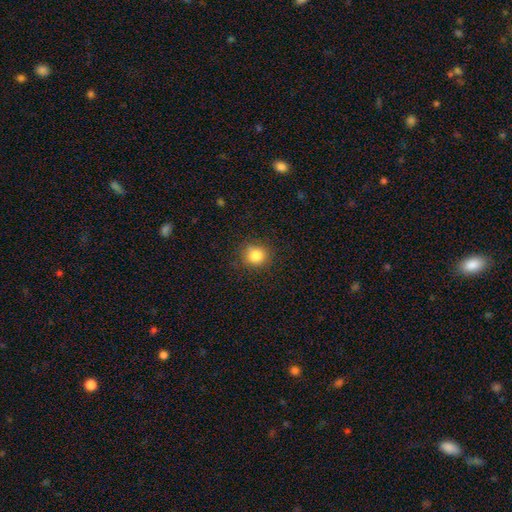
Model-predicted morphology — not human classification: This is clearly a smooth galaxy (83%). How rounded: clearly round (87%). Merging: clearly none (86%).